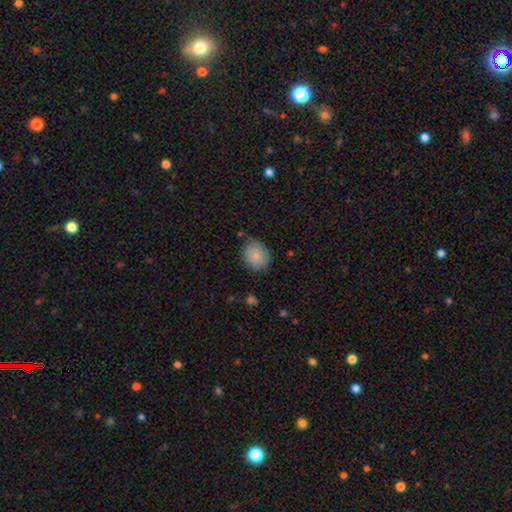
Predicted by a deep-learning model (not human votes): smooth-or-featured: smooth: 85% | featured or disk: 8% | star or artifact: 7%
  how-rounded: round: 67% | in between: 32% | cigar-shaped: 1%
  merging: none: 79% | minor disturbance: 16% | major disturbance: 3% | merger: 2%